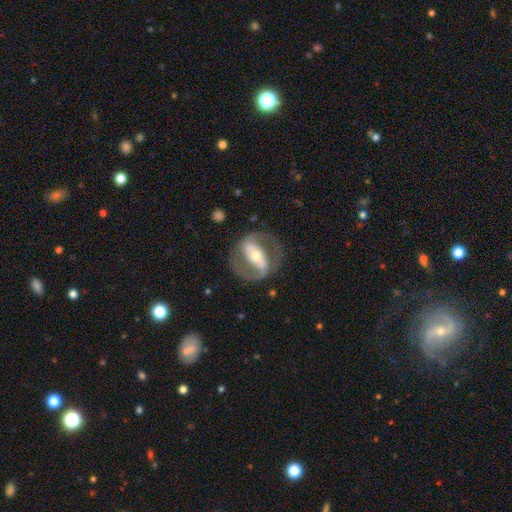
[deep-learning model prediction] A featured or disk galaxy (84%) with a strong bar (62%), 2 (89%) medium (52%) spiral arms (83%) and a moderate central bulge (59%). Merging: none (77%).